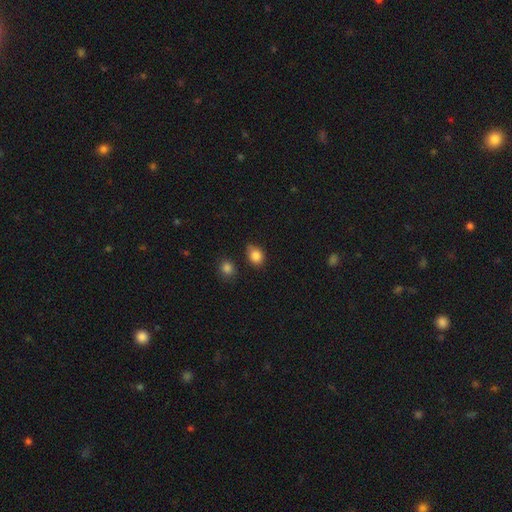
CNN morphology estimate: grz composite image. It shows a smooth galaxy with no disk features (84%) that is in between round and cigar-shaped (53%). Merging: none (66%).